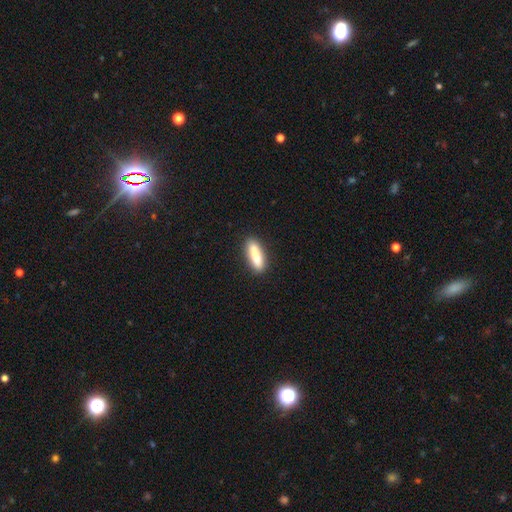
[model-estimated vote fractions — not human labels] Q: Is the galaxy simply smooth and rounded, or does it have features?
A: smooth — 81%.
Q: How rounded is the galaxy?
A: cigar-shaped — 66%.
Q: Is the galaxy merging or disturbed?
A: none — 87%.